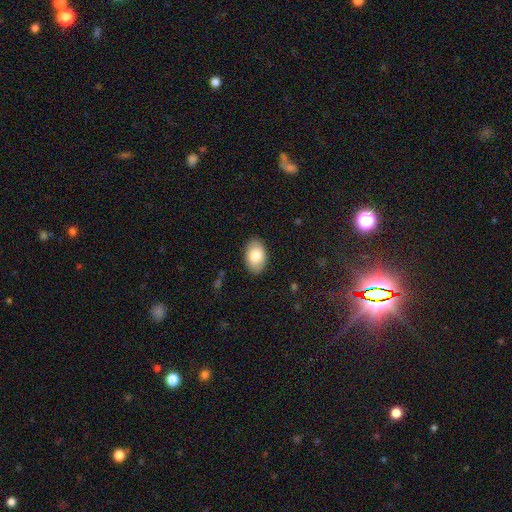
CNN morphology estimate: type=smooth (81%); roundness=in between (91%); merging=none (87%).